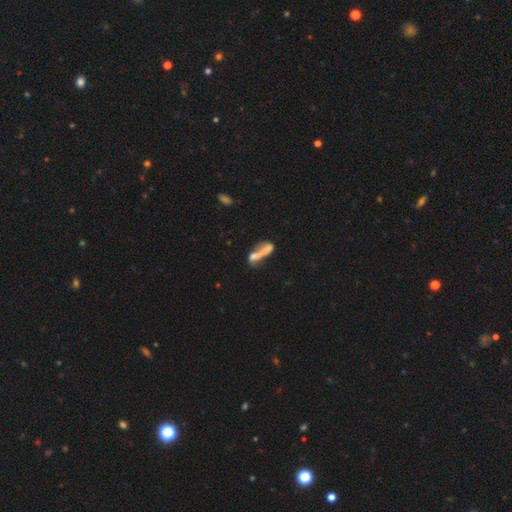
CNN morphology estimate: Smooth or featured? smooth (53%)
How rounded? cigar-shaped (53%)
Merging? merger (46%)